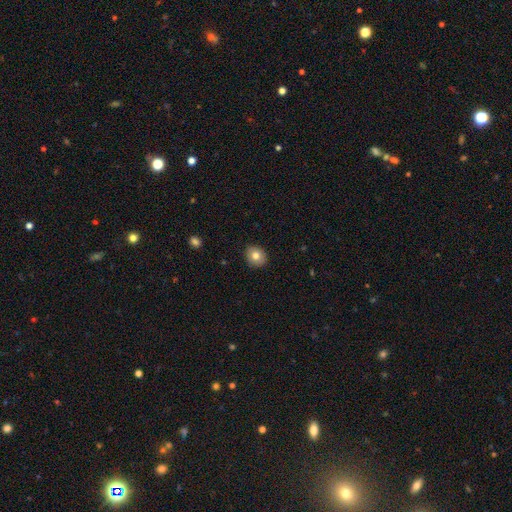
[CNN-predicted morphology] This is likely a smooth galaxy (79%). How rounded: likely round (74%). Merging: clearly none (89%).